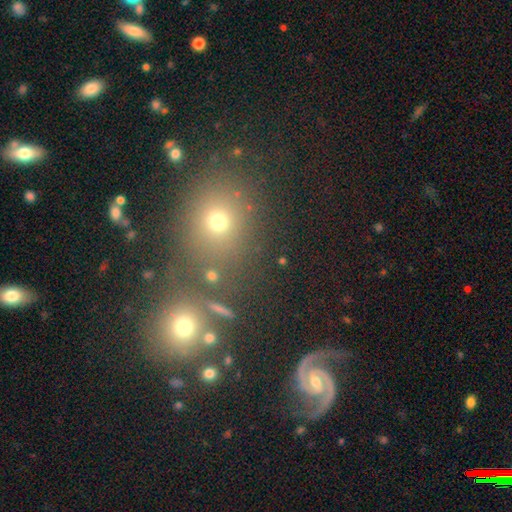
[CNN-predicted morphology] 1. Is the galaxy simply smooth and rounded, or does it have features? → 39% smooth, 35% featured or disk, 26% star or artifact.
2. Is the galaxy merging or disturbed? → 76% none, 11% minor disturbance, 8% merger, 5% major disturbance.